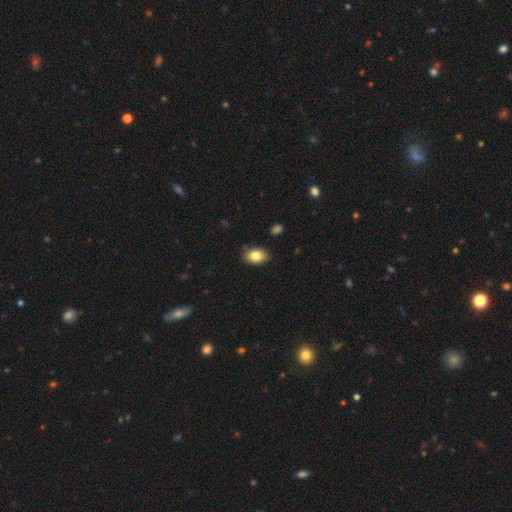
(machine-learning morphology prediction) The model was most divided on "smooth or featured": smooth: 82%, featured or disk: 10%, star or artifact: 8%. More confident: how rounded — in between (86%); merging — none (86%).